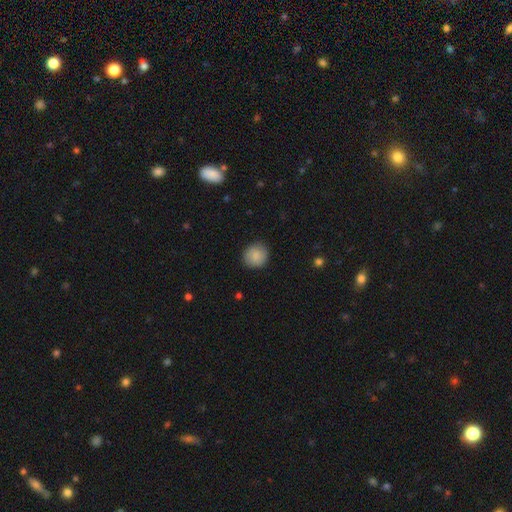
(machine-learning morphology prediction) Smooth or featured? Predicted: smooth (p=0.86). How rounded? Predicted: round (p=0.89). Merging? Predicted: none (p=0.88).